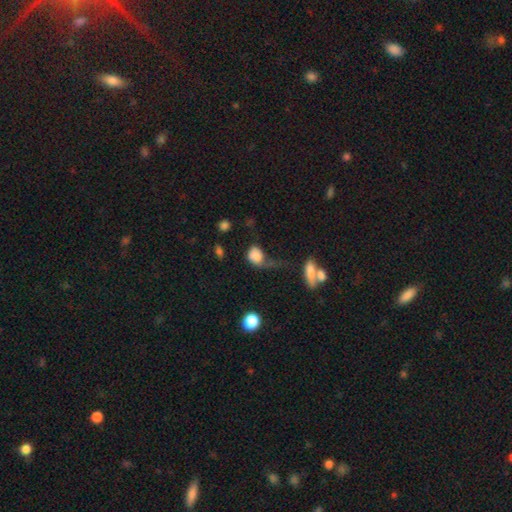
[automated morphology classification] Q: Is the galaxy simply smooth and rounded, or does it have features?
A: smooth — 76%.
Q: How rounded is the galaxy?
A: in between — 59%.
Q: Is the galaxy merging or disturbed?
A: major disturbance — 44%.